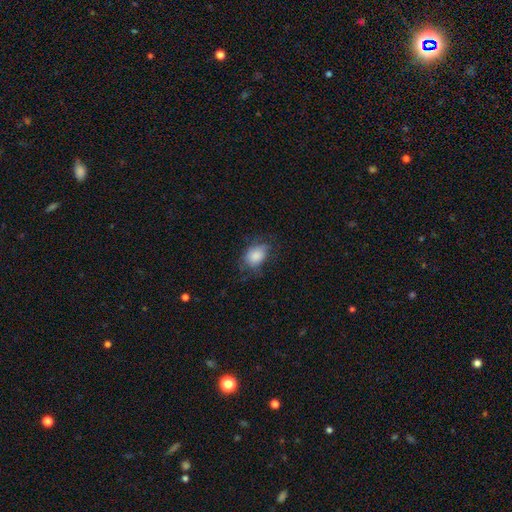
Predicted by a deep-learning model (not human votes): Overall: smooth (78%). How rounded: in between (71%). Merging: none (54%; minor disturbance 28%).